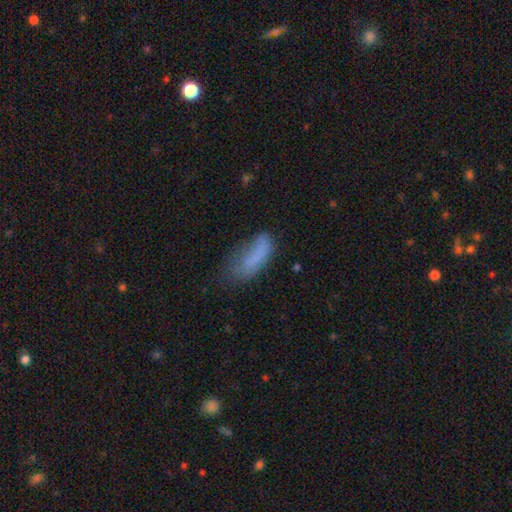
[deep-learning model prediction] A smooth galaxy with no disk features (72%) that is in between round and cigar-shaped (73%).

Vote fractions:
- Smooth or featured? smooth: 72% / featured or disk: 18% / star or artifact: 11%
- How rounded? in between: 73% / cigar-shaped: 24% / round: 3%
- Merging? none: 33% / minor disturbance: 31% / major disturbance: 31% / merger: 4%